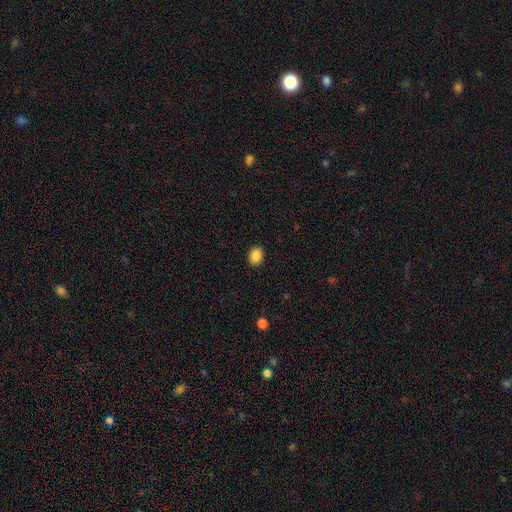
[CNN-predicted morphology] A smooth galaxy with no disk features (88%) that is in between round and cigar-shaped (66%). Merging: none (90%).